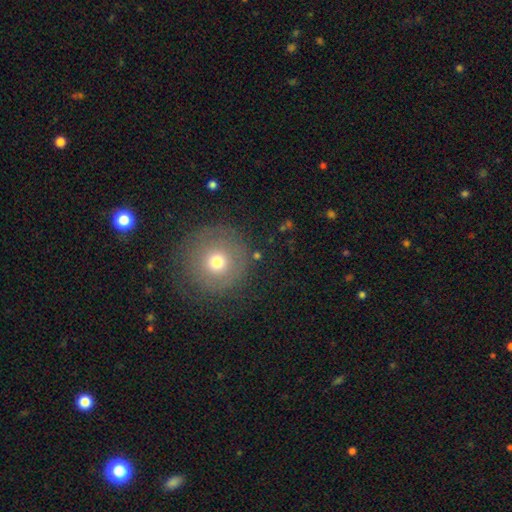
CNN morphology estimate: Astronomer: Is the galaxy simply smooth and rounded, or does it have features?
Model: smooth — 59%.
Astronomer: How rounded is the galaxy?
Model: round — 95%.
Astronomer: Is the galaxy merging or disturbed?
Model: none — 83%.